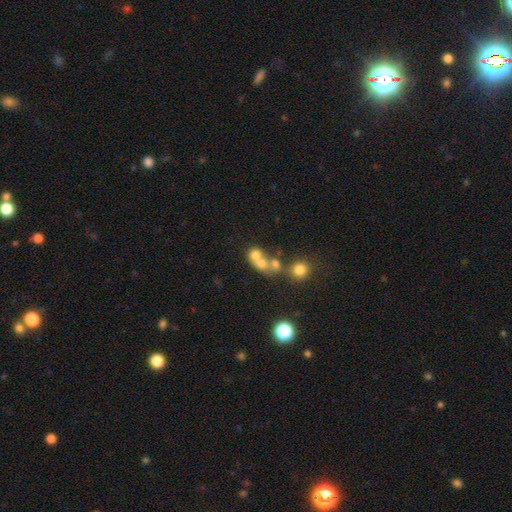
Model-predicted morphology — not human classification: A smooth galaxy with no disk features (63%) that is round (71%).

Vote fractions:
- Smooth or featured? smooth: 63% / featured or disk: 21% / star or artifact: 16%
- How rounded? round: 71% / in between: 28% / cigar-shaped: 2%
- Merging? merger: 58% / none: 28% / minor disturbance: 7% / major disturbance: 6%